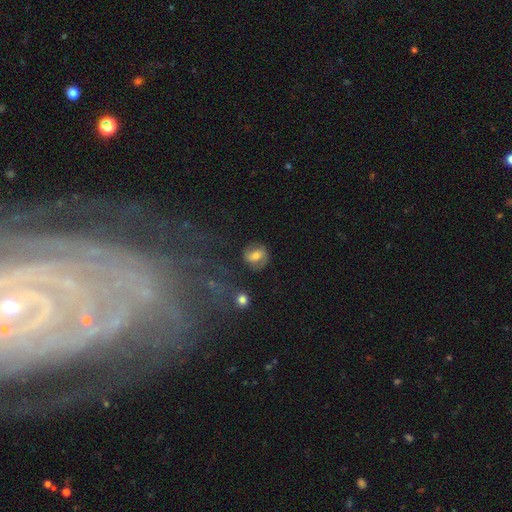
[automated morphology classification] Smooth or featured: smooth — 51% (featured or disk — 39%)
How rounded: round — 68% (in between — 30%)
Merging: none — 78% (minor disturbance — 14%)